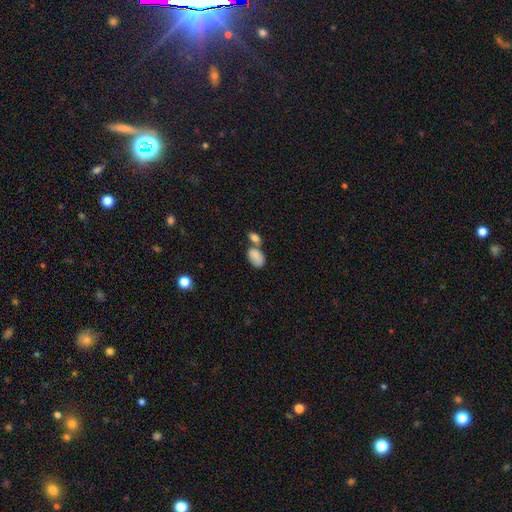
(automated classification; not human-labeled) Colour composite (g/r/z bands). It shows a smooth galaxy with no disk features (83%) that is in between round and cigar-shaped (91%). Merging: merger (45%).